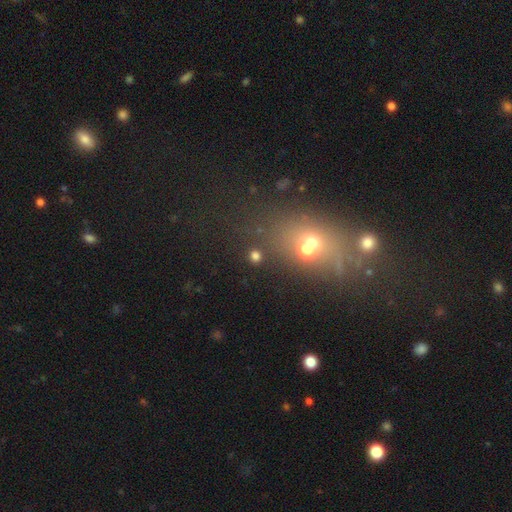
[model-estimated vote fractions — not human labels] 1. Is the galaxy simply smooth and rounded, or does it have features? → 64% smooth, 26% star or artifact, 10% featured or disk.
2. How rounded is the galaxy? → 81% round, 17% in between, 2% cigar-shaped.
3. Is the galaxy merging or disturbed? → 71% none, 17% merger, 7% minor disturbance, 5% major disturbance.